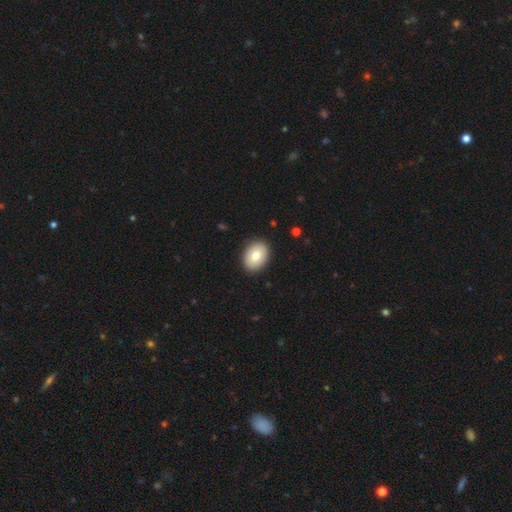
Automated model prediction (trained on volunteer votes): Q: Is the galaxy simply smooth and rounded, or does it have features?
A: smooth — 79%.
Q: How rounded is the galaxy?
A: in between — 77%.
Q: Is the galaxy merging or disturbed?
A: none — 90%.